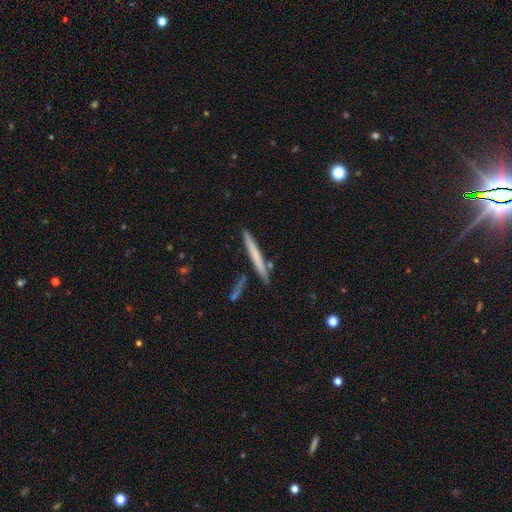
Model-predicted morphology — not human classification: Smooth or featured? smooth (55%)
How rounded? cigar-shaped (96%)
Merging? none (84%)